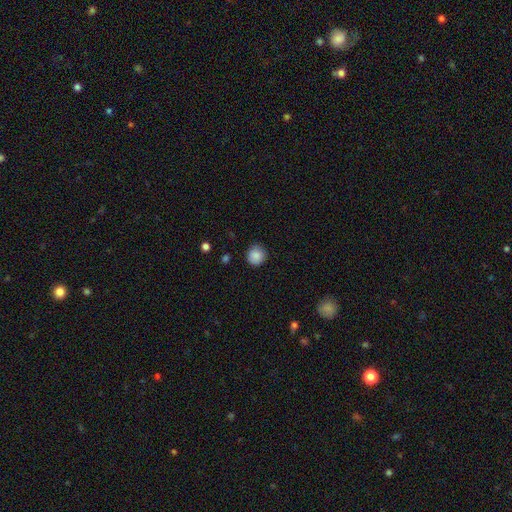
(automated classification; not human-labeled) This is clearly a smooth galaxy (87%). How rounded: clearly round (91%). Merging: clearly none (87%).